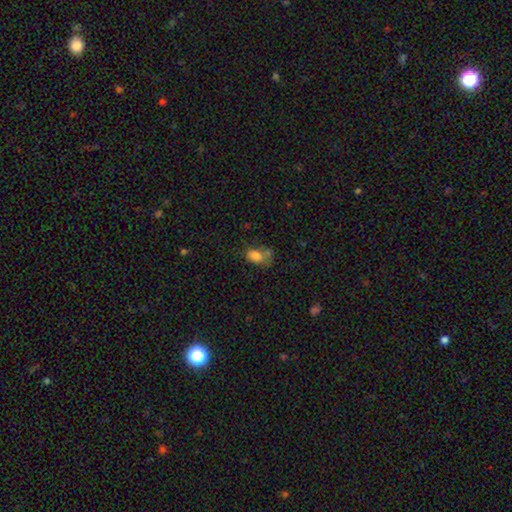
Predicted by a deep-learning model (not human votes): This appears to be a smooth galaxy with no disk features (78%) that is in between round and cigar-shaped (80%). Merging: none (36%).